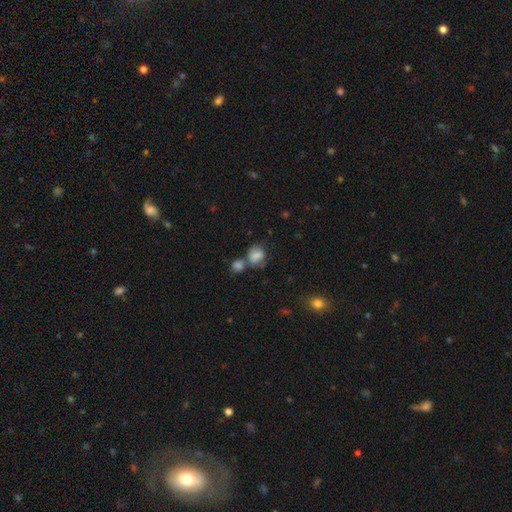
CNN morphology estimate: Q: Smooth or featured?
A: smooth (77%); runner-up: featured or disk (13%)
Q: How rounded?
A: round (53%); runner-up: in between (46%)
Q: Merging?
A: merger (43%); runner-up: none (35%)